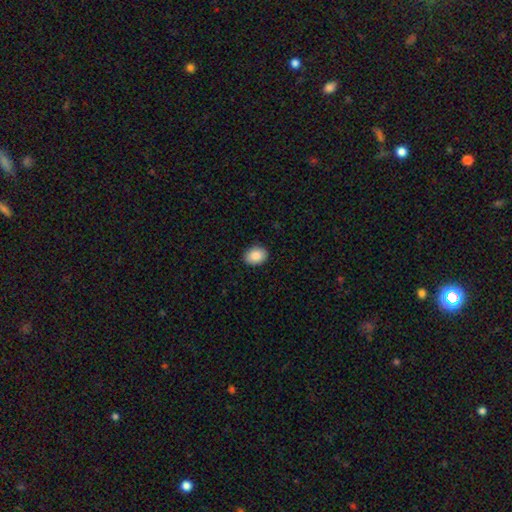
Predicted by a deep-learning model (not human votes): Q: Smooth or featured?
A: smooth (89%); runner-up: star or artifact (7%)
Q: How rounded?
A: in between (69%); runner-up: round (30%)
Q: Merging?
A: none (89%); runner-up: minor disturbance (8%)